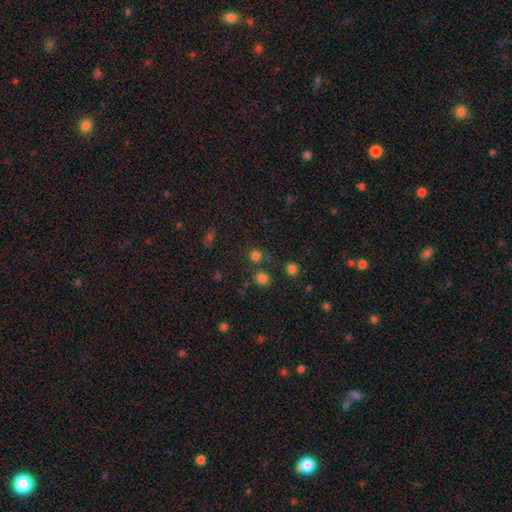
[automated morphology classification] smooth 75%, star or artifact 19%, featured or disk 5%. Down the decision tree: how rounded — round (88%); merging — none (73%).